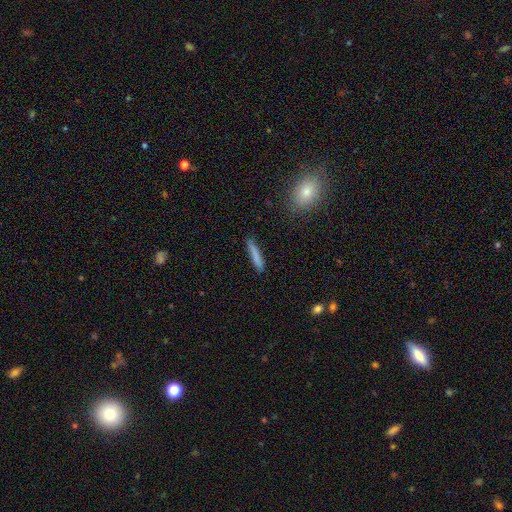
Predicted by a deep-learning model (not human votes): smooth 80%, featured or disk 13%, star or artifact 7%. Down the decision tree: how rounded — cigar-shaped (93%); merging — none (85%).